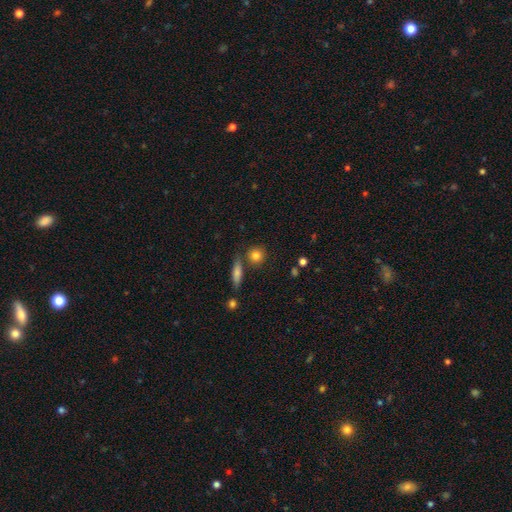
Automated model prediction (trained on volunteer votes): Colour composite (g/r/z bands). It shows a smooth galaxy with no disk features (82%) that is round (81%). Merging: none (74%).